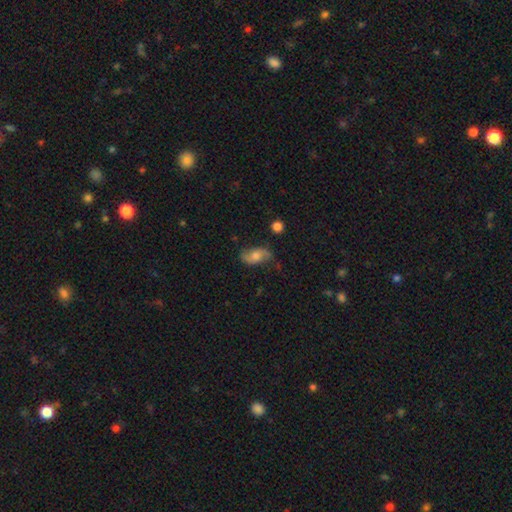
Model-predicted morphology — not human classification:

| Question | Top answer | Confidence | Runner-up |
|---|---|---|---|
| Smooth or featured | featured or disk | 57% | smooth (34%) |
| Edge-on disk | no | 94% | yes (6%) |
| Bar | no | 71% | weak (24%) |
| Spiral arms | yes | 88% | no (12%) |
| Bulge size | moderate | 57% | small (28%) |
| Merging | none | 68% | minor disturbance (22%) |